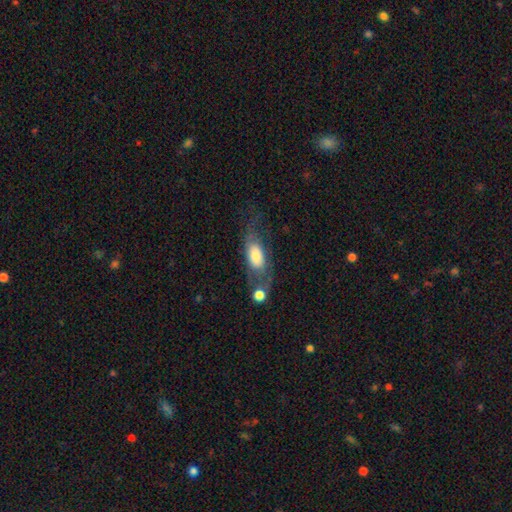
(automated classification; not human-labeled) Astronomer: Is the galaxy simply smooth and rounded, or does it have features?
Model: smooth — 55% (runner-up: featured or disk, 37%).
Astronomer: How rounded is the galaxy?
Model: in between — 79%.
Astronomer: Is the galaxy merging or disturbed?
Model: none — 41% (runner-up: major disturbance, 23%).